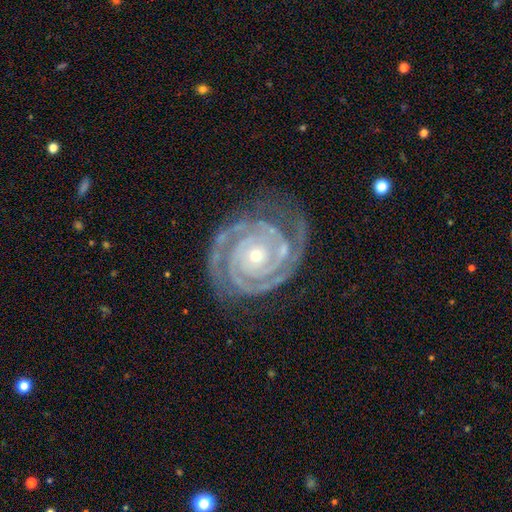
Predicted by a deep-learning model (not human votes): featured or disk 93%, star or artifact 4%, smooth 2%. Down the decision tree: edge-on disk — no (98%); bar — no (76%); spiral arms — yes (99%); spiral arm count — 2 (73%); spiral winding — tight (85%); bulge size — small (60%); merging — none (77%).